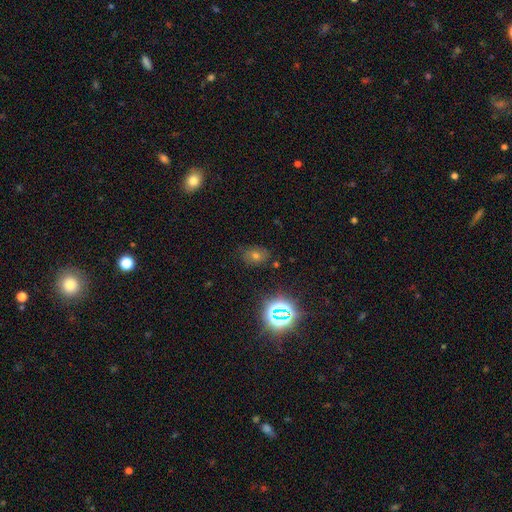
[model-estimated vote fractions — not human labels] Morphology: type=smooth (47%); merging=none (79%).